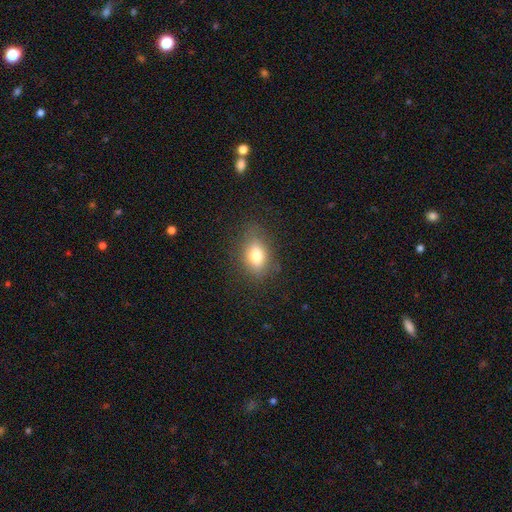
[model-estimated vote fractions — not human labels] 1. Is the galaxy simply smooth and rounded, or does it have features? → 74% smooth, 15% featured or disk, 11% star or artifact.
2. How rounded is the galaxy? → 76% in between, 21% round, 3% cigar-shaped.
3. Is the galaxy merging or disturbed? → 78% none, 16% minor disturbance, 5% major disturbance, 1% merger.